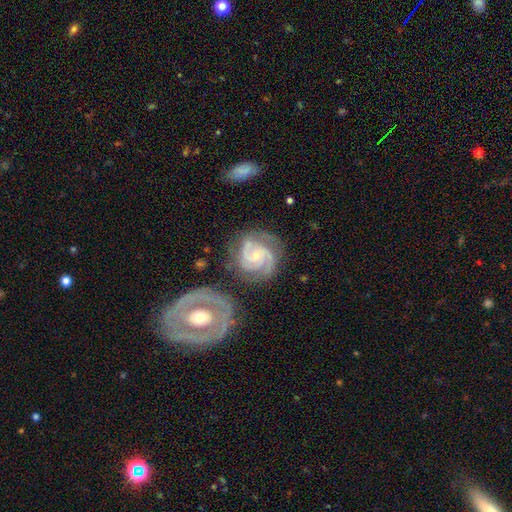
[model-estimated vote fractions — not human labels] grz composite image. It shows a featured or disk galaxy (91%) with no bar (68%), 2 (47%) tight (58%) spiral arms (98%) and a small central bulge (72%). Merging: none (65%).